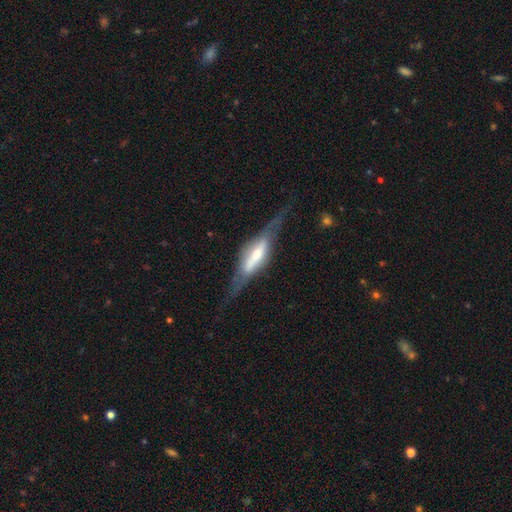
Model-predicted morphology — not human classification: Smooth or featured? Predicted: featured or disk (p=0.68). Edge-on disk? Predicted: yes (p=0.79). Edge-on bulge? Predicted: rounded (p=0.54). Merging? Predicted: none (p=0.58).